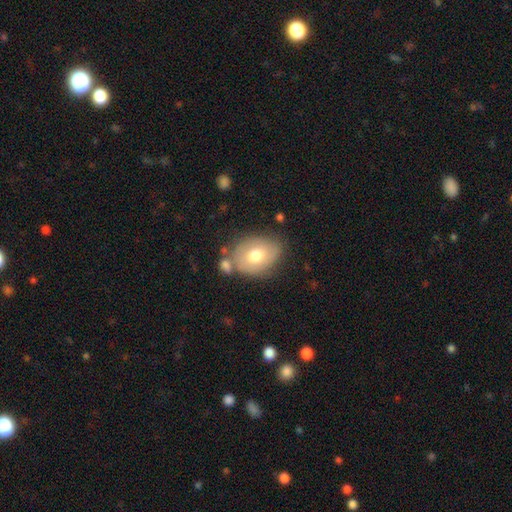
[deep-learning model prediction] This appears to be a smooth galaxy with no disk features (61%) that is in between round and cigar-shaped (67%). Merging: none (61%).